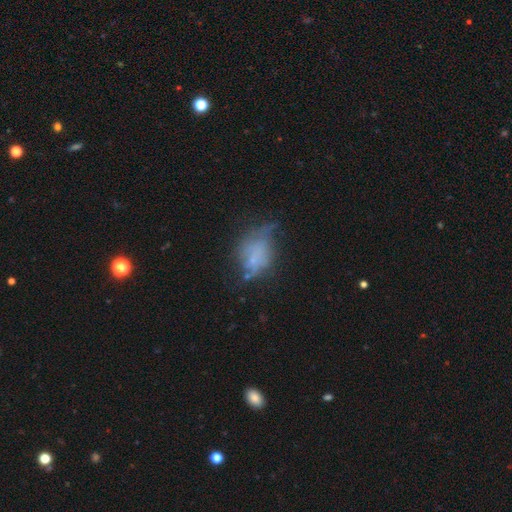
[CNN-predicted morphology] smooth-or-featured: smooth: 51% | featured or disk: 33% | star or artifact: 16%
  how-rounded: in between: 75% | round: 22% | cigar-shaped: 3%
  merging: minor disturbance: 33% | major disturbance: 32% | none: 30% | merger: 5%